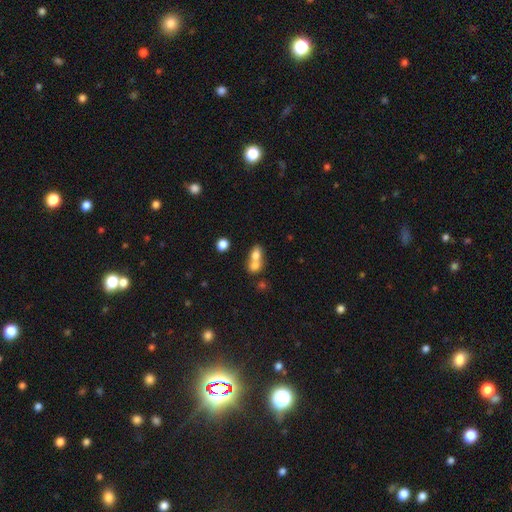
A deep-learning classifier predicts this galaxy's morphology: This appears to be a smooth galaxy with no disk features (72%) that is in between round and cigar-shaped (57%). Merging: merger (71%).